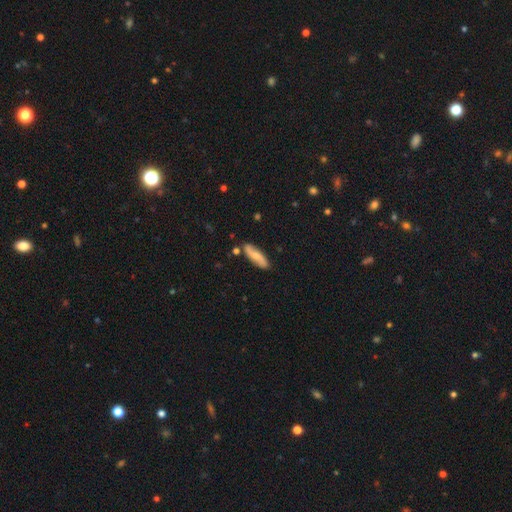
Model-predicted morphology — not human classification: Smooth or featured? Predicted: smooth (p=0.53). How rounded? Predicted: cigar-shaped (p=0.49). Merging? Predicted: none (p=0.82).